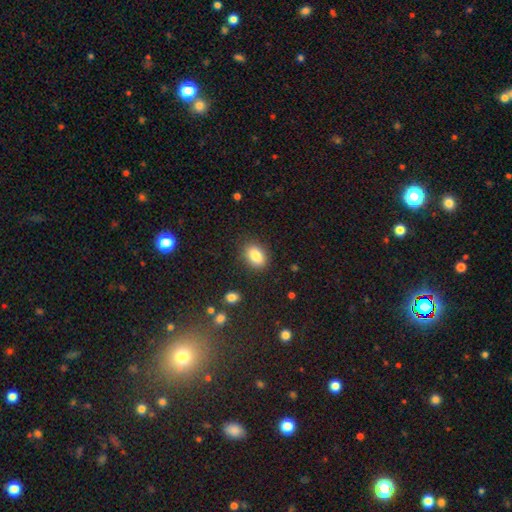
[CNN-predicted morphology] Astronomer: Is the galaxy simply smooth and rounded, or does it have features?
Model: smooth — 85%.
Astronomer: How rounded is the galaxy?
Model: in between — 78%.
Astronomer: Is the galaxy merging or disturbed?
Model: none — 86%.